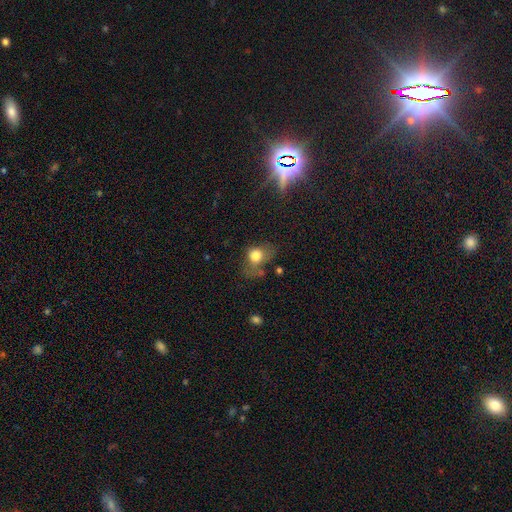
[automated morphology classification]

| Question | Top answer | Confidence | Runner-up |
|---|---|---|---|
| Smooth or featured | smooth | 74% | featured or disk (14%) |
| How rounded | round | 52% | in between (47%) |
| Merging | none | 35% | major disturbance (29%) |